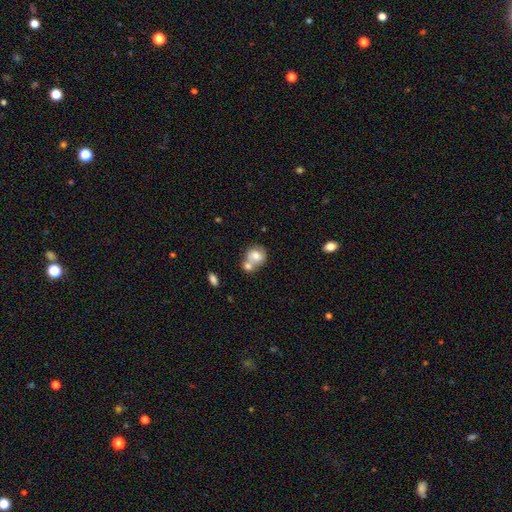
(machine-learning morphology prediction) A smooth galaxy with no disk features (71%) that is round (67%).

Vote fractions:
- Smooth or featured? smooth: 71% / featured or disk: 21% / star or artifact: 8%
- How rounded? round: 67% / in between: 32% / cigar-shaped: 1%
- Merging? merger: 49% / none: 36% / minor disturbance: 11% / major disturbance: 4%